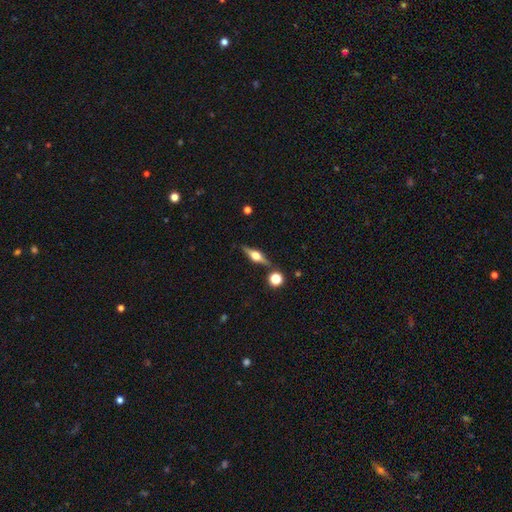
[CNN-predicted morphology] smooth_or_featured: featured or disk (p=0.73) [alt: smooth p=0.20]
disk_edge_on: yes (p=0.97) [alt: no p=0.03]
edge_on_bulge: rounded (p=0.94) [alt: boxy p=0.05]
merging: none (p=0.83) [alt: minor disturbance p=0.09]